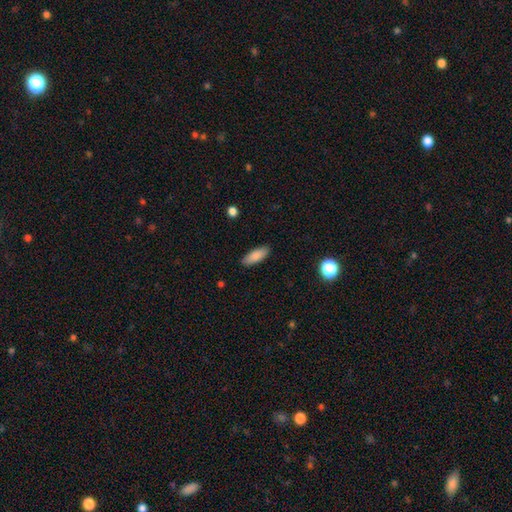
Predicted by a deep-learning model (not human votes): smooth-or-featured: smooth: 85% | featured or disk: 8% | star or artifact: 7%
  how-rounded: in between: 68% | cigar-shaped: 29% | round: 2%
  merging: none: 88% | minor disturbance: 9% | major disturbance: 2% | merger: 1%